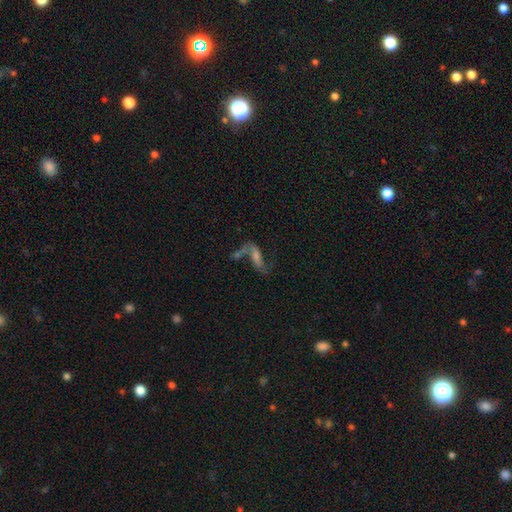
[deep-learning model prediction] Q: Smooth or featured?
A: featured or disk (61%); runner-up: smooth (24%)
Q: Edge-on disk?
A: no (83%); runner-up: yes (17%)
Q: Bar?
A: no (44%); runner-up: weak (33%)
Q: Spiral arms?
A: yes (77%); runner-up: no (23%)
Q: Bulge size?
A: none (33%); runner-up: small (32%)
Q: Merging?
A: none (37%); runner-up: merger (30%)